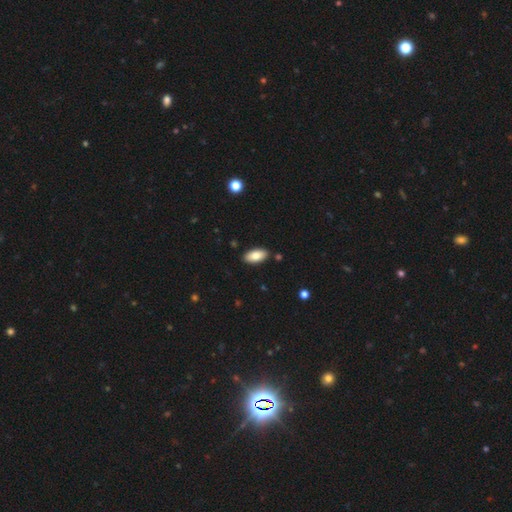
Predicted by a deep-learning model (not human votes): smooth_or_featured: smooth (p=0.83) [alt: featured or disk p=0.10]
how_rounded: in between (p=0.93) [alt: cigar-shaped p=0.05]
merging: none (p=0.88) [alt: minor disturbance p=0.09]